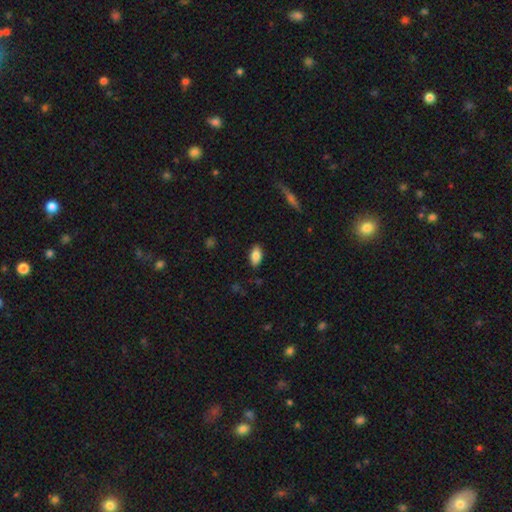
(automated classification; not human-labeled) smooth_or_featured: smooth (p=0.84) [alt: featured or disk p=0.08]
how_rounded: in between (p=0.92) [alt: cigar-shaped p=0.04]
merging: none (p=0.87) [alt: minor disturbance p=0.10]